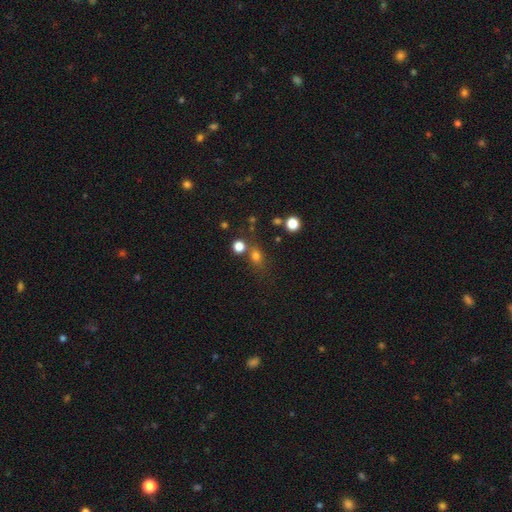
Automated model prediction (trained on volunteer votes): Smooth or featured? Predicted: smooth (p=0.73). How rounded? Predicted: round (p=0.56). Merging? Predicted: none (p=0.64).